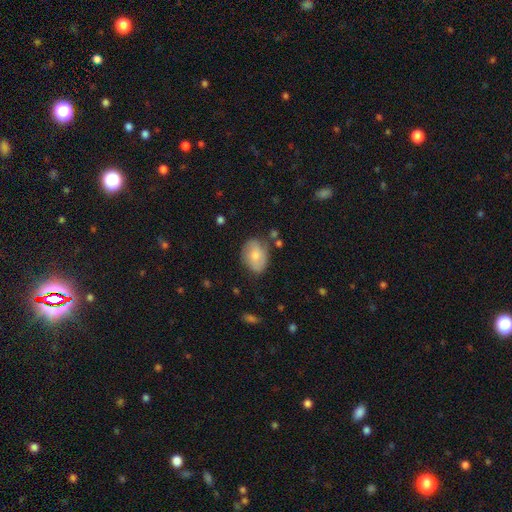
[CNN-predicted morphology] type=smooth (67%); roundness=in between (76%); merging=none (69%).